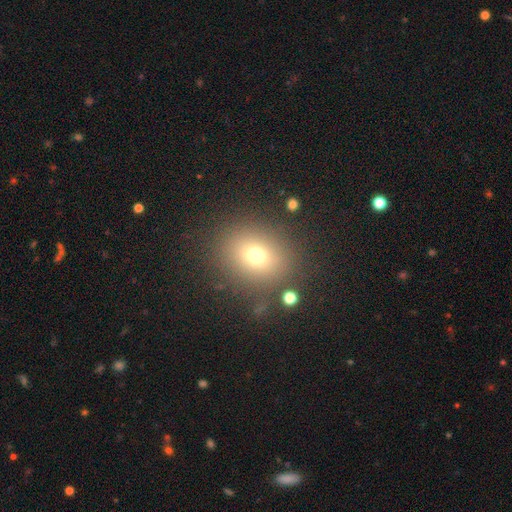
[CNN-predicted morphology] This is likely a smooth galaxy (71%). How rounded: likely round (67%). Merging: clearly none (82%).